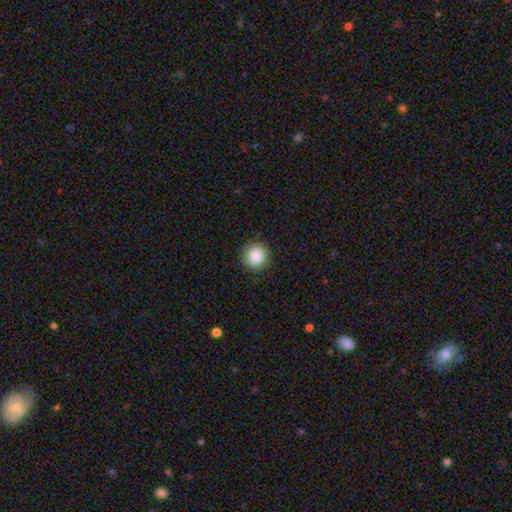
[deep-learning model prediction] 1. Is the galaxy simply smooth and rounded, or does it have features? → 85% smooth, 8% star or artifact, 7% featured or disk.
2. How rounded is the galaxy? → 94% round, 5% in between, 1% cigar-shaped.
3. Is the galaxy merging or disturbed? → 90% none, 7% minor disturbance, 2% major disturbance, 1% merger.